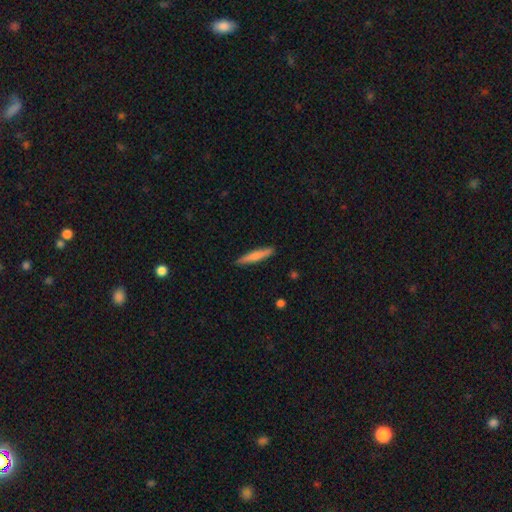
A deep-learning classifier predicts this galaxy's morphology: Q: Smooth or featured?
A: smooth (69%); runner-up: featured or disk (26%)
Q: How rounded?
A: cigar-shaped (92%); runner-up: in between (6%)
Q: Merging?
A: none (90%); runner-up: minor disturbance (7%)